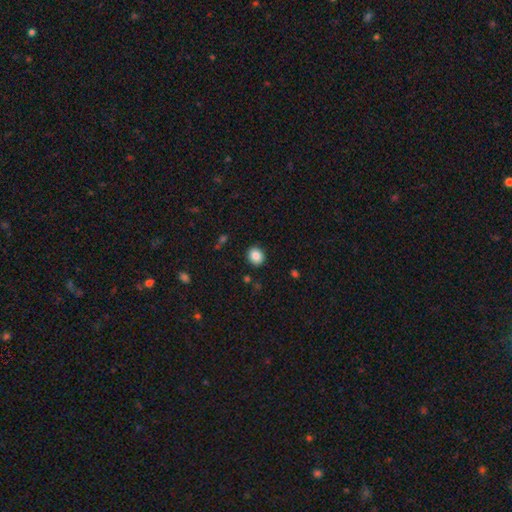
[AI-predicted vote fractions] Smooth or featured? smooth (86%)
How rounded? round (69%)
Merging? none (90%)